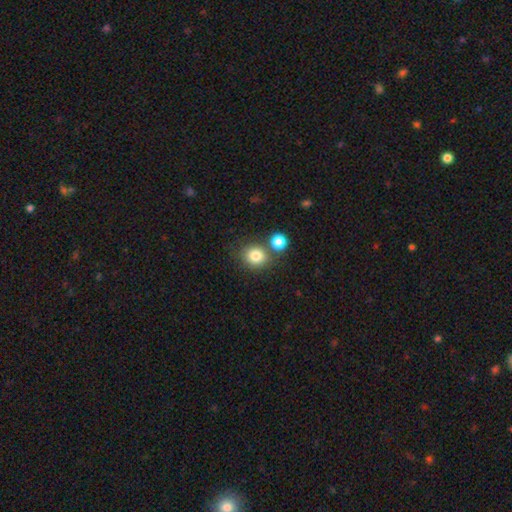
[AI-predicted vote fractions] Morphology: type=smooth (81%); roundness=round (82%); merging=none (67%).